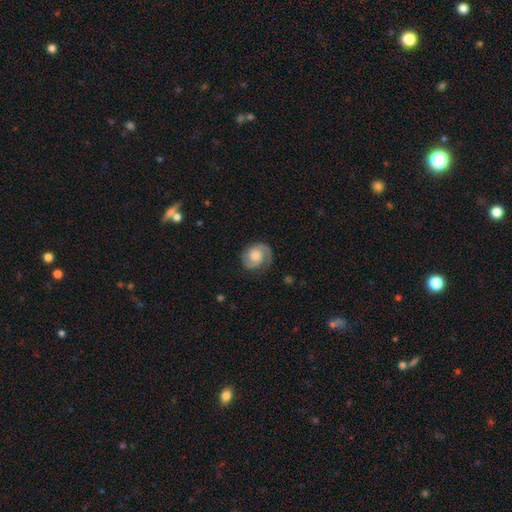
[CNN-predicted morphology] featured or disk 69%, smooth 24%, star or artifact 7%. Down the decision tree: edge-on disk — no (98%); bar — no (69%); spiral arms — yes (94%); spiral arm count — 2 (74%); spiral winding — tight (44%); bulge size — moderate (43%); merging — none (74%).